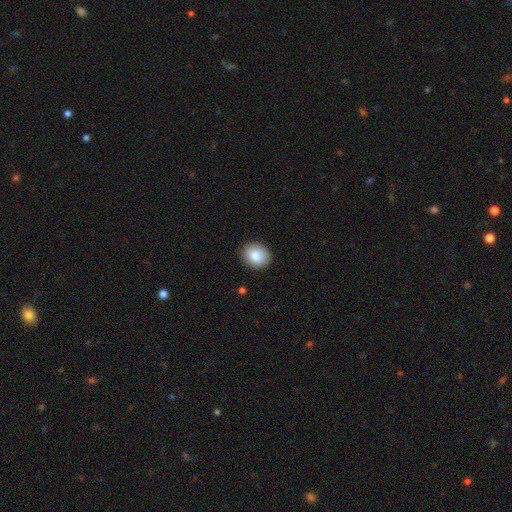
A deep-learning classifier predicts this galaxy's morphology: Smooth or featured: smooth — 87% (star or artifact — 7%)
How rounded: round — 62% (in between — 37%)
Merging: none — 89% (minor disturbance — 8%)